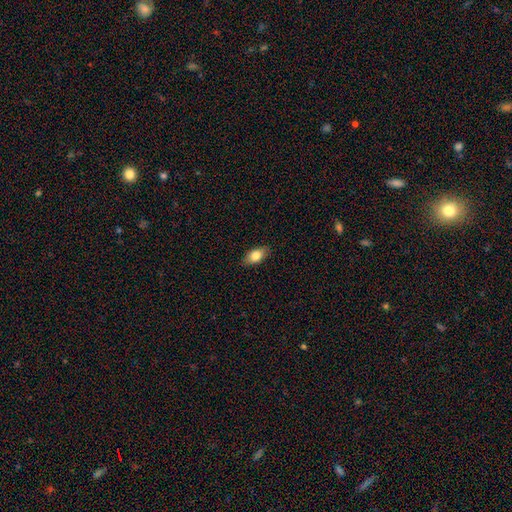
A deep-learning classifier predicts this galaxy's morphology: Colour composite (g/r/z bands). It shows a smooth galaxy with no disk features (80%) that is in between round and cigar-shaped (88%). Merging: none (87%).